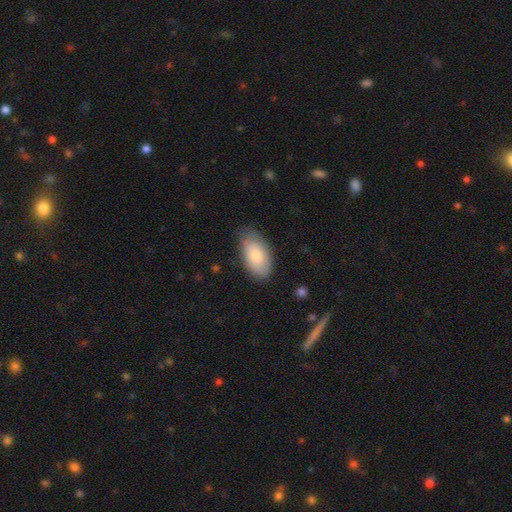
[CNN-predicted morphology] A smooth galaxy with no disk features (75%) that is in between round and cigar-shaped (94%). Merging: none (74%).